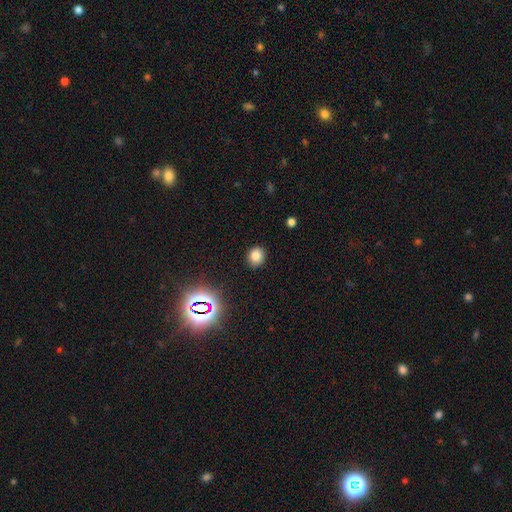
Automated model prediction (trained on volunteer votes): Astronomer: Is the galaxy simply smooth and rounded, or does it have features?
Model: smooth — 79%.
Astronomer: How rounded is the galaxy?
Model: round — 74%.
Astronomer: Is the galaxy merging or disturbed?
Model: none — 88%.